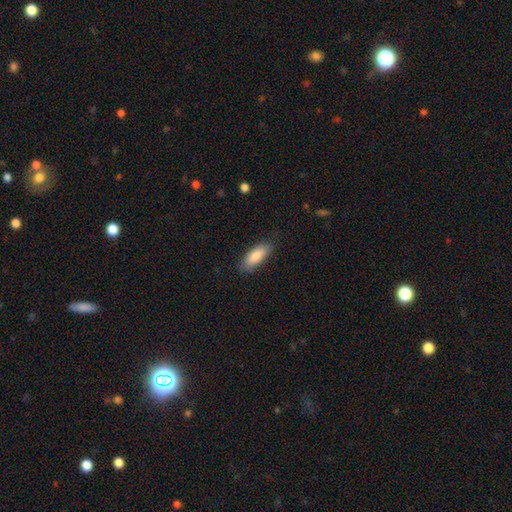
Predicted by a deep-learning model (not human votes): A smooth galaxy with no disk features (84%) that is in between round and cigar-shaped (70%).

Vote fractions:
- Smooth or featured? smooth: 84% / featured or disk: 10% / star or artifact: 6%
- How rounded? in between: 70% / cigar-shaped: 29% / round: 2%
- Merging? none: 83% / minor disturbance: 13% / major disturbance: 3% / merger: 1%